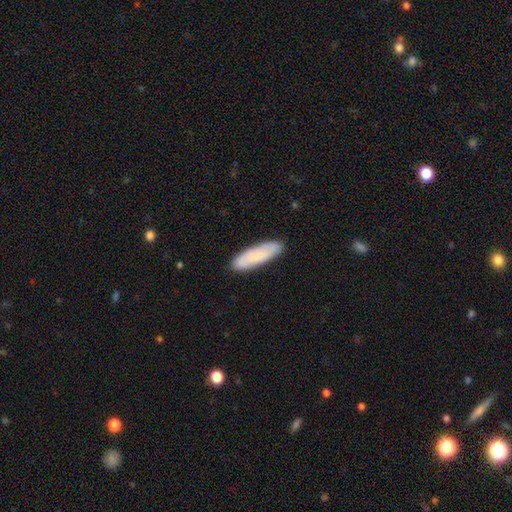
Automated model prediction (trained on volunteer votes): The model was most divided on "how rounded": cigar-shaped: 60%, in between: 39%, round: 2%. More confident: merging — none (87%); smooth or featured — smooth (78%).